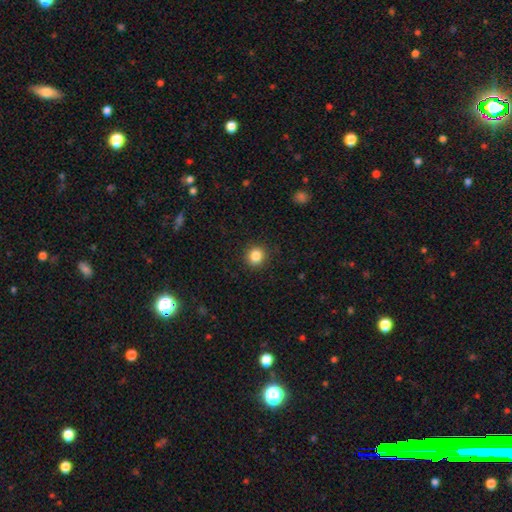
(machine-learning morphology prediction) A smooth galaxy with no disk features (86%) that is round (88%). Merging: none (91%).